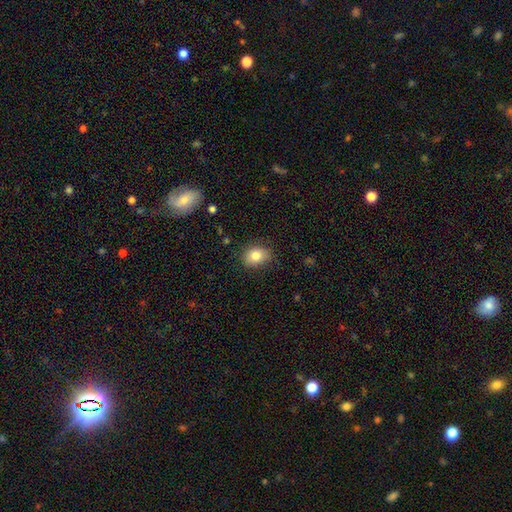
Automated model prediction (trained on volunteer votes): This appears to be a smooth galaxy with no disk features (81%) that is in between round and cigar-shaped (57%). Merging: none (80%).